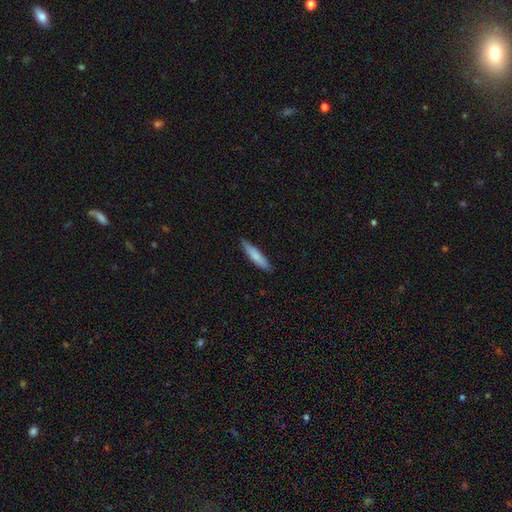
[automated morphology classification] The model was most divided on "smooth or featured": smooth: 79%, featured or disk: 15%, star or artifact: 5%. More confident: merging — none (86%); how rounded — cigar-shaped (82%).